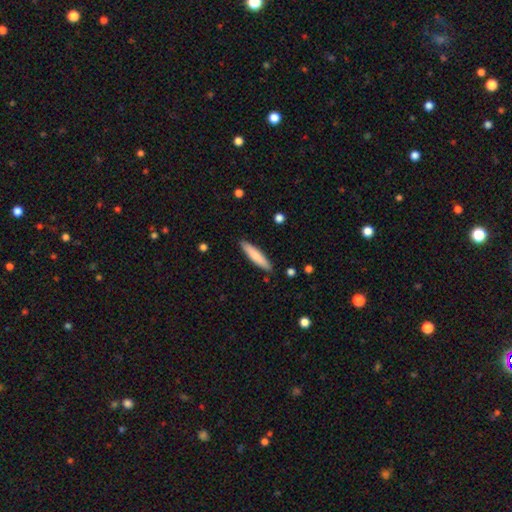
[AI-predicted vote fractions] smooth 80%, featured or disk 15%, star or artifact 5%. Down the decision tree: how rounded — cigar-shaped (84%); merging — none (89%).